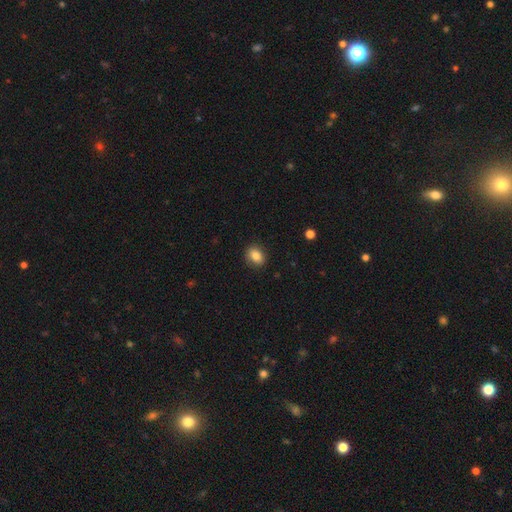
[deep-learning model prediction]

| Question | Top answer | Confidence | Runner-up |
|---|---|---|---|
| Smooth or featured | smooth | 84% | star or artifact (9%) |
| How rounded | in between | 68% | round (31%) |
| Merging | none | 86% | minor disturbance (10%) |